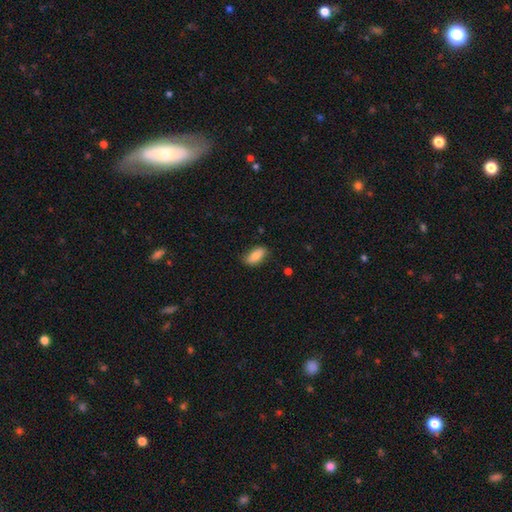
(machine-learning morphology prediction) Smooth or featured? smooth (81%)
How rounded? in between (87%)
Merging? none (80%)